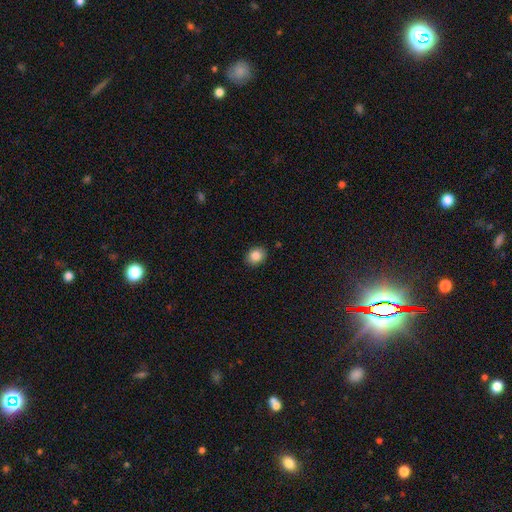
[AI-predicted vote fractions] Smooth or featured? Predicted: smooth (p=0.86). How rounded? Predicted: round (p=0.50). Merging? Predicted: none (p=0.89).